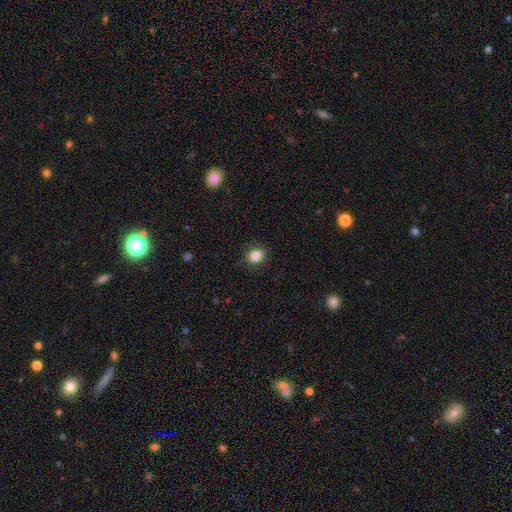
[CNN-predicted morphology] This is clearly a smooth galaxy (85%). How rounded: likely round (64%). Merging: clearly none (87%).